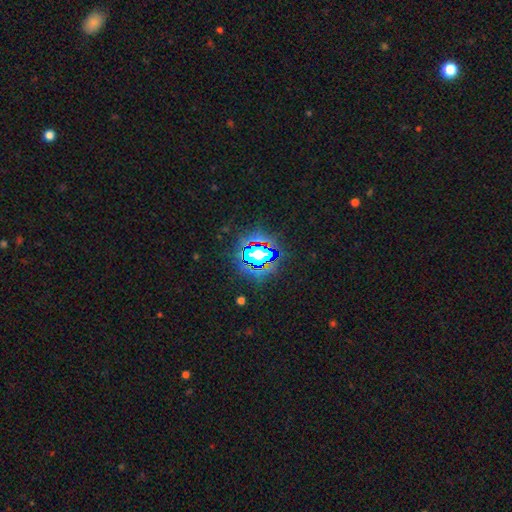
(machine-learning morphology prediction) The model was most divided on "smooth or featured": star or artifact: 69%, smooth: 18%, featured or disk: 12%.